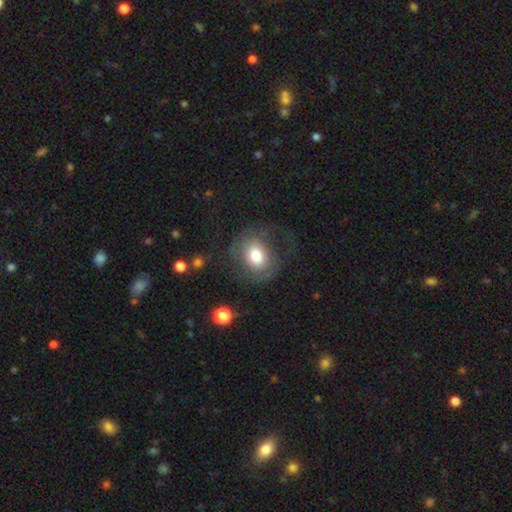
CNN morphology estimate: smooth-or-featured: smooth: 62% | featured or disk: 30% | star or artifact: 9%
  how-rounded: round: 58% | in between: 41% | cigar-shaped: 1%
  merging: none: 51% | major disturbance: 28% | minor disturbance: 18% | merger: 2%